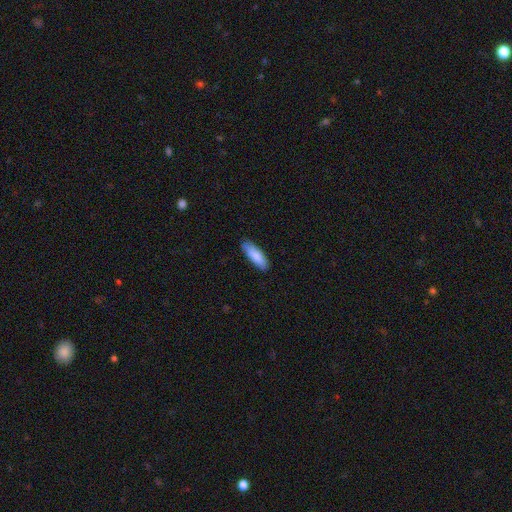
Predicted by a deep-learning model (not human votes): Smooth or featured: smooth — 85% (featured or disk — 10%)
How rounded: in between — 54% (cigar-shaped — 45%)
Merging: none — 79% (minor disturbance — 17%)